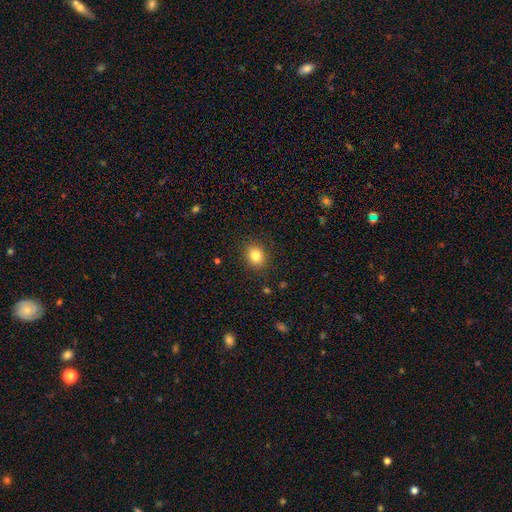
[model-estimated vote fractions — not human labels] smooth-or-featured: smooth: 83% | star or artifact: 11% | featured or disk: 7%
  how-rounded: round: 62% | in between: 37% | cigar-shaped: 1%
  merging: none: 88% | minor disturbance: 8% | major disturbance: 3% | merger: 1%